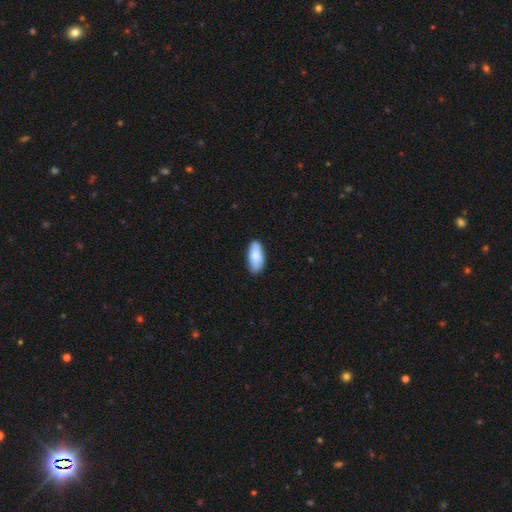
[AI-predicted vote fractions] This appears to be a smooth galaxy with no disk features (86%) that is in between round and cigar-shaped (87%). Merging: none (82%).